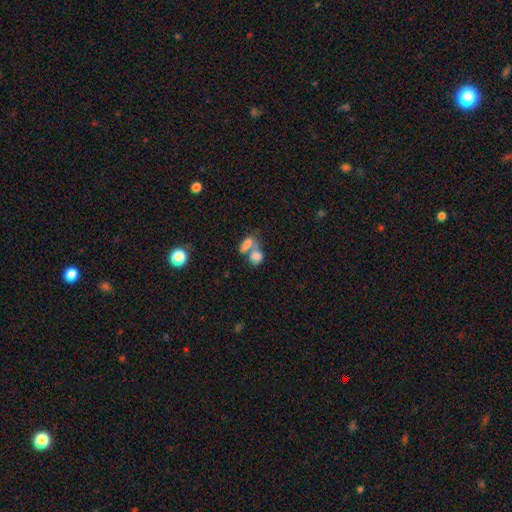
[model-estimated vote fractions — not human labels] smooth 77%, featured or disk 13%, star or artifact 10%. Down the decision tree: how rounded — in between (73%); merging — merger (63%).